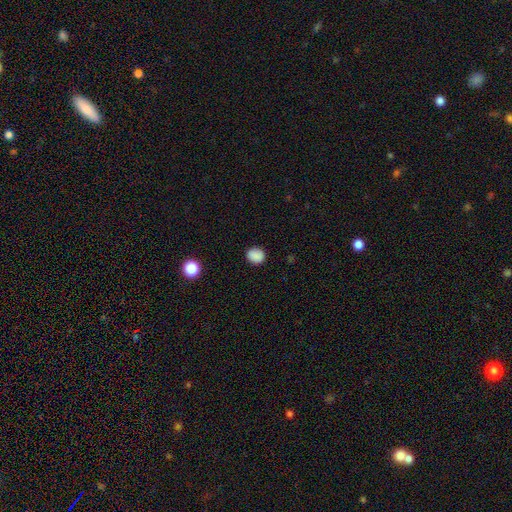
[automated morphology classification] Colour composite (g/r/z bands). It shows a smooth galaxy with no disk features (86%) that is round (73%). Merging: none (86%).